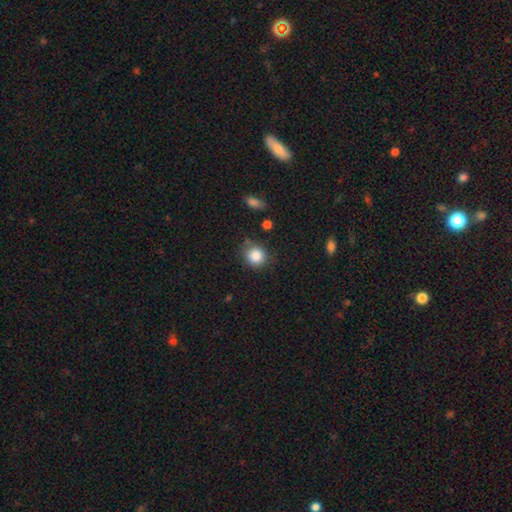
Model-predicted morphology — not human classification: Smooth or featured? Predicted: smooth (p=0.85). How rounded? Predicted: round (p=0.83). Merging? Predicted: none (p=0.74).